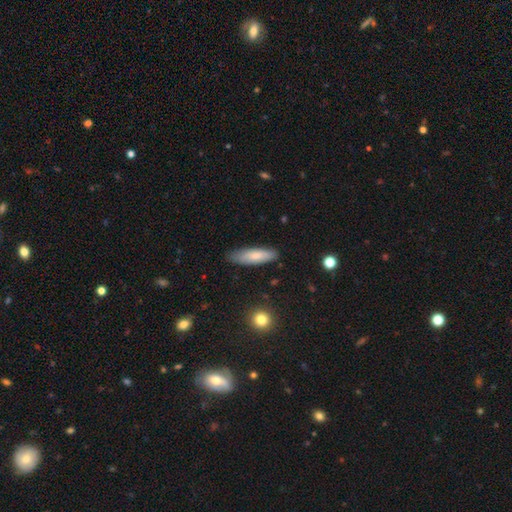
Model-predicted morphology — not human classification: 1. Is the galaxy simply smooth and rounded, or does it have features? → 77% smooth, 18% featured or disk, 6% star or artifact.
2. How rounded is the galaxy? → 57% cigar-shaped, 41% in between, 2% round.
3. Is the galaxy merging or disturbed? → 81% none, 15% minor disturbance, 3% major disturbance, 1% merger.